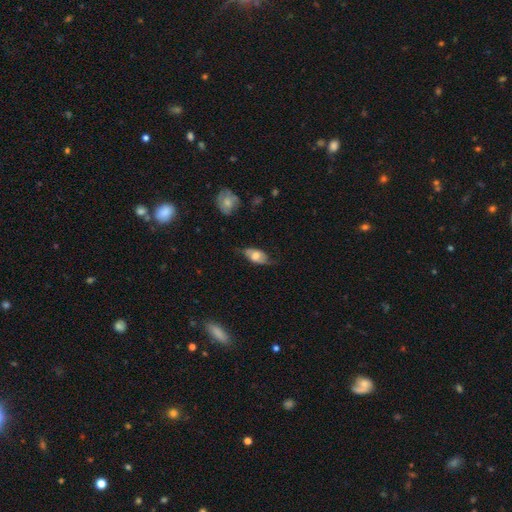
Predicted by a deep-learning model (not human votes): smooth_or_featured: smooth (p=0.58) [alt: featured or disk p=0.35]
how_rounded: in between (p=0.88) [alt: cigar-shaped p=0.06]
merging: none (p=0.61) [alt: minor disturbance p=0.28]